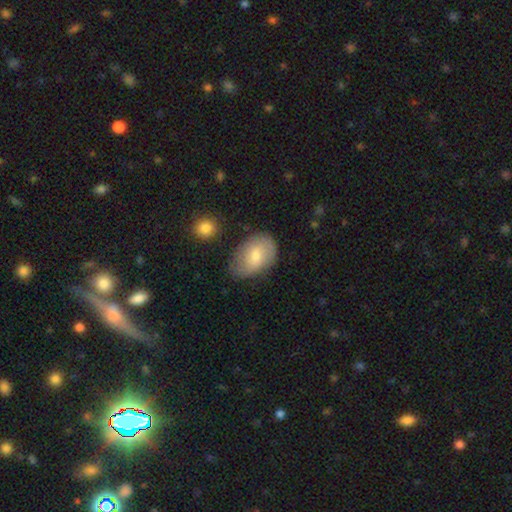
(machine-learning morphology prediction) type=smooth (67%); roundness=in between (85%); merging=none (62%).